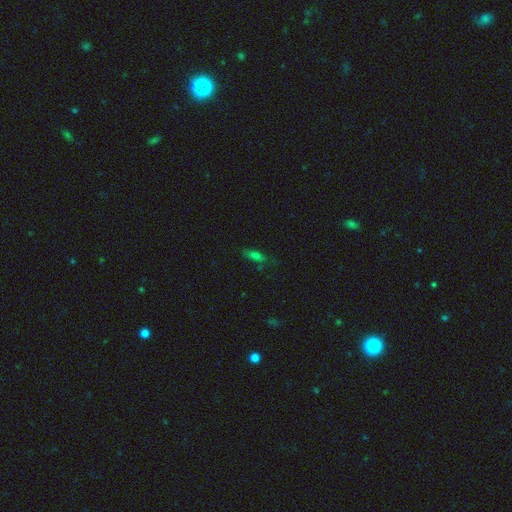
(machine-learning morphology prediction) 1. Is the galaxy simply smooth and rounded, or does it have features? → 66% smooth, 19% star or artifact, 14% featured or disk.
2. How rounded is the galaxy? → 53% in between, 43% cigar-shaped, 4% round.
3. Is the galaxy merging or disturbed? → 70% none, 20% minor disturbance, 6% major disturbance, 4% merger.